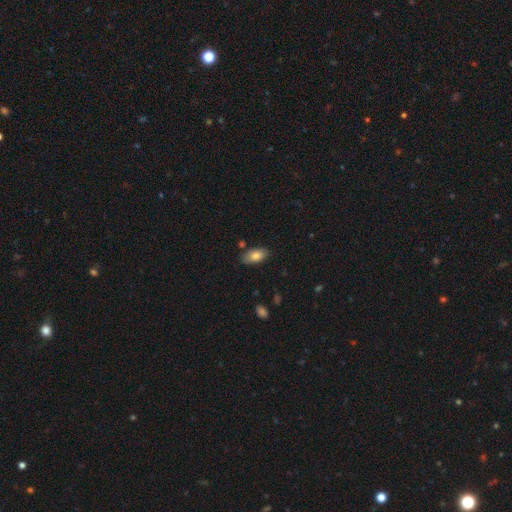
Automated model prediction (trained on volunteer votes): Overall: smooth (81%). How rounded: in between (93%). Merging: none (80%).